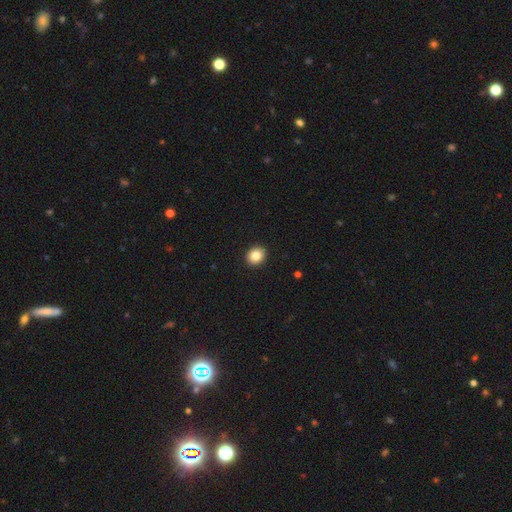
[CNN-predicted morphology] A smooth galaxy with no disk features (85%) that is round (64%). Merging: none (92%).